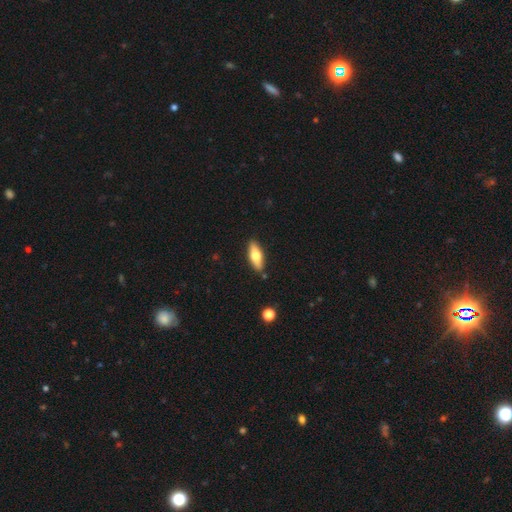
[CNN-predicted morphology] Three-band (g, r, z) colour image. It shows a smooth galaxy with no disk features (59%) that is in between round and cigar-shaped (63%). Merging: none (86%).